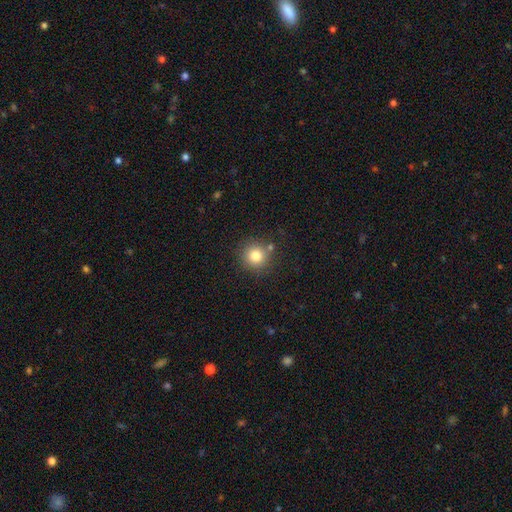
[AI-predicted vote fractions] smooth 80%, star or artifact 12%, featured or disk 8%. Down the decision tree: how rounded — round (94%); merging — none (81%).